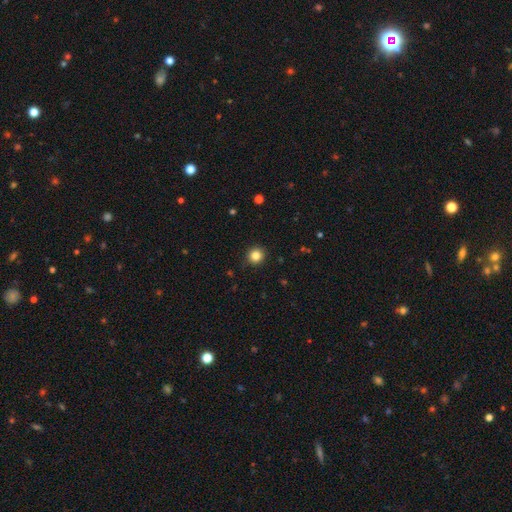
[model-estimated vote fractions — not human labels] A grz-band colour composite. It shows a smooth galaxy with no disk features (84%) that is round (94%). Merging: none (92%).